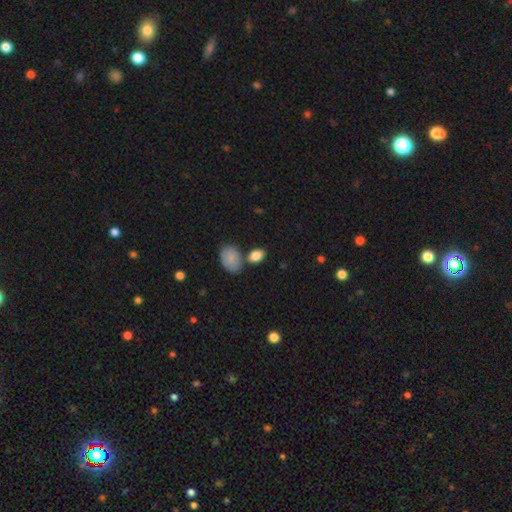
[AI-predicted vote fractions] A smooth galaxy with no disk features (86%) that is in between round and cigar-shaped (84%).

Vote fractions:
- Smooth or featured? smooth: 86% / star or artifact: 8% / featured or disk: 6%
- How rounded? in between: 84% / round: 15% / cigar-shaped: 2%
- Merging? none: 63% / merger: 19% / minor disturbance: 14% / major disturbance: 4%